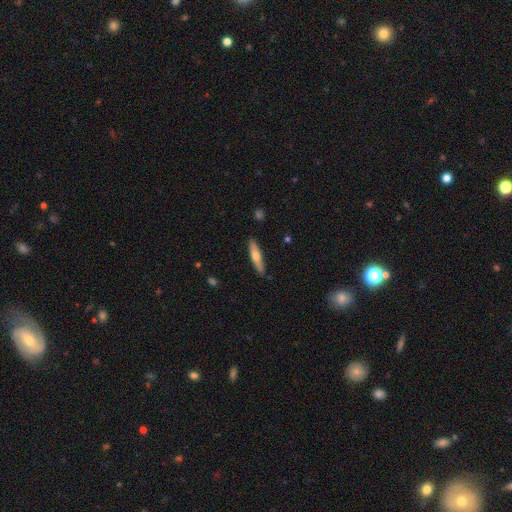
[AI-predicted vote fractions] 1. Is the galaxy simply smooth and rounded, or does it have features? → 55% smooth, 39% featured or disk, 6% star or artifact.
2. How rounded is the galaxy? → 83% cigar-shaped, 15% in between, 2% round.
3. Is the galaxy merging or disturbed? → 88% none, 9% minor disturbance, 2% major disturbance, 1% merger.